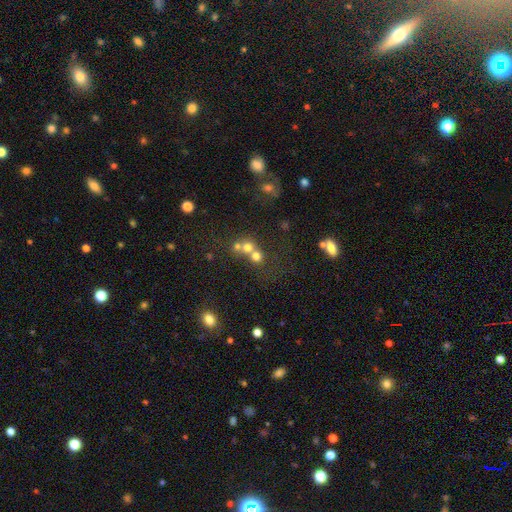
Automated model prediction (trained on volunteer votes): Morphology: type=smooth (66%); roundness=round (85%); merging=merger (51%).